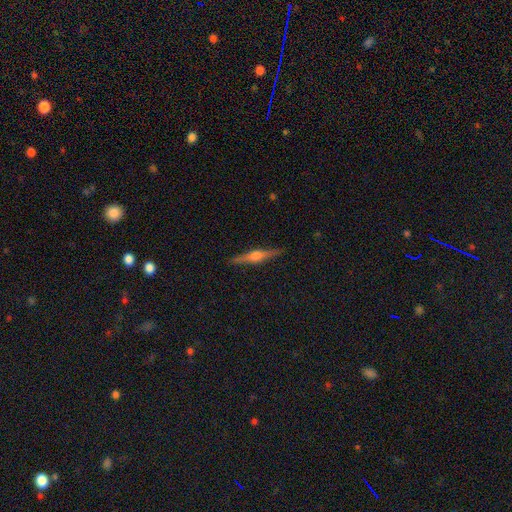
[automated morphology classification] Smooth or featured? featured or disk (78%)
Edge-on disk? yes (98%)
Edge-on bulge? rounded (88%)
Merging? none (91%)